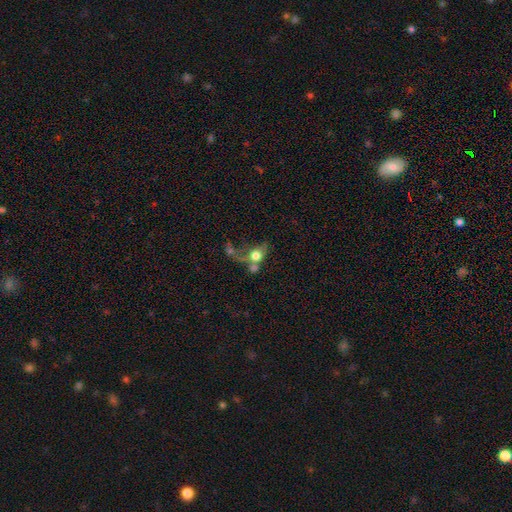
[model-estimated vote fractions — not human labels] Q: Smooth or featured?
A: smooth (63%); runner-up: featured or disk (26%)
Q: How rounded?
A: round (57%); runner-up: in between (40%)
Q: Merging?
A: merger (50%); runner-up: major disturbance (23%)